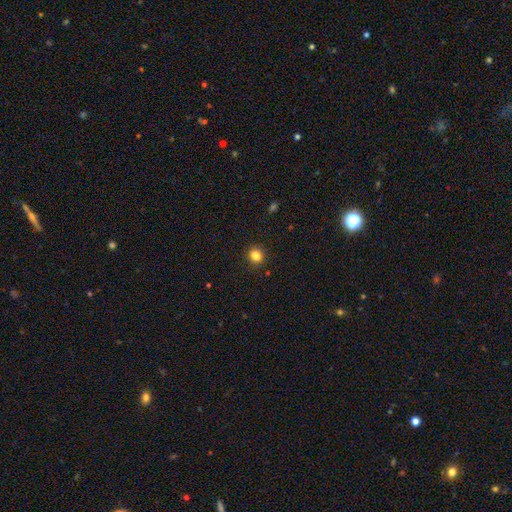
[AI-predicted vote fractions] Overall: smooth (83%). How rounded: round (84%). Merging: none (91%).